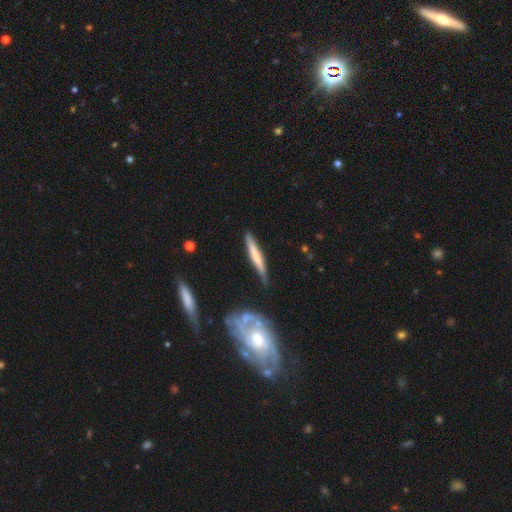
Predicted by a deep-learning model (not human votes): Overall: smooth (57%; featured or disk 38%). How rounded: cigar-shaped (94%). Merging: none (73%).